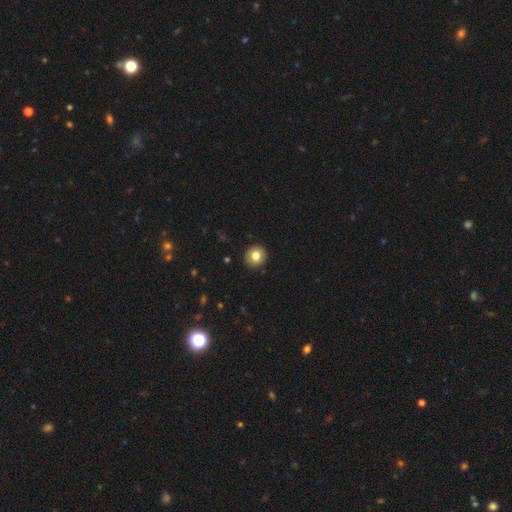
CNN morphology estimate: Smooth or featured? Predicted: smooth (p=0.80). How rounded? Predicted: round (p=0.90). Merging? Predicted: none (p=0.92).